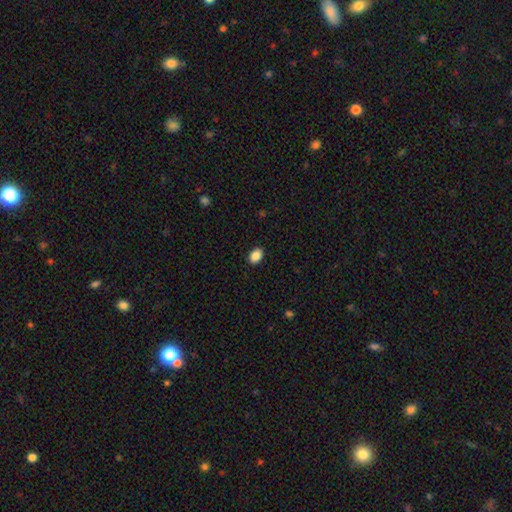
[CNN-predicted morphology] The model was most divided on "how rounded": in between: 78%, round: 21%, cigar-shaped: 1%. More confident: merging — none (89%); smooth or featured — smooth (88%).